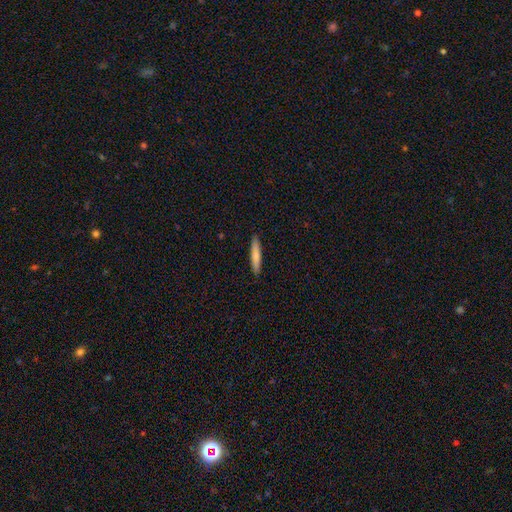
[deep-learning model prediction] smooth-or-featured: smooth: 76% | featured or disk: 19% | star or artifact: 5%
  how-rounded: cigar-shaped: 91% | in between: 8% | round: 1%
  merging: none: 91% | minor disturbance: 7% | major disturbance: 1% | merger: 1%